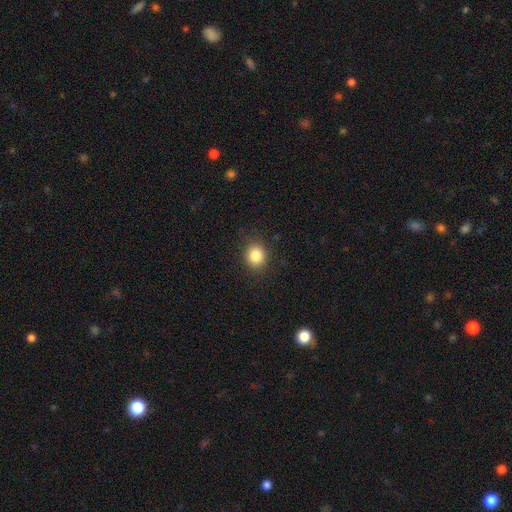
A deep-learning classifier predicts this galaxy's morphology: Smooth or featured?
  - smooth: 84% *
  - star or artifact: 10%
  - featured or disk: 5%
How rounded?
  - round: 73% *
  - in between: 26%
  - cigar-shaped: 1%
Merging?
  - none: 86% *
  - minor disturbance: 10%
  - major disturbance: 3%
  - merger: 1%